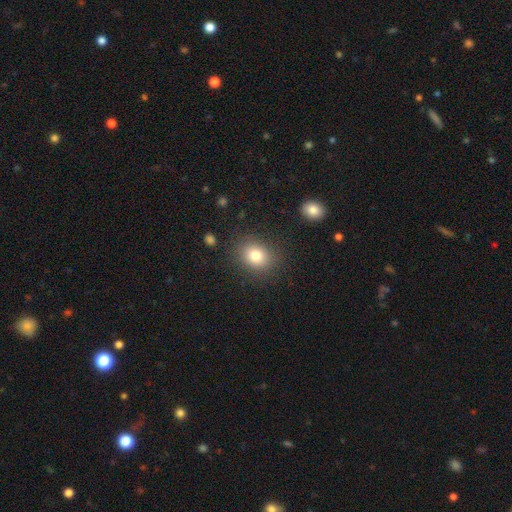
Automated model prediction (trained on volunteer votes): smooth-or-featured: smooth: 79% | star or artifact: 12% | featured or disk: 9%
  how-rounded: round: 62% | in between: 37% | cigar-shaped: 1%
  merging: none: 85% | minor disturbance: 10% | major disturbance: 4% | merger: 2%